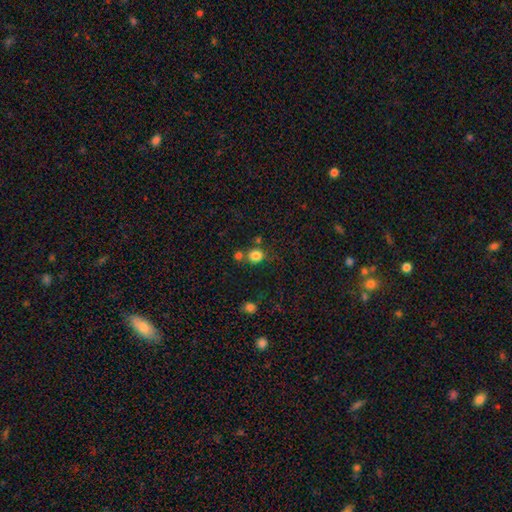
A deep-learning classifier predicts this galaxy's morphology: This is clearly a smooth galaxy (82%). How rounded: clearly round (83%). Merging: likely none (66%).